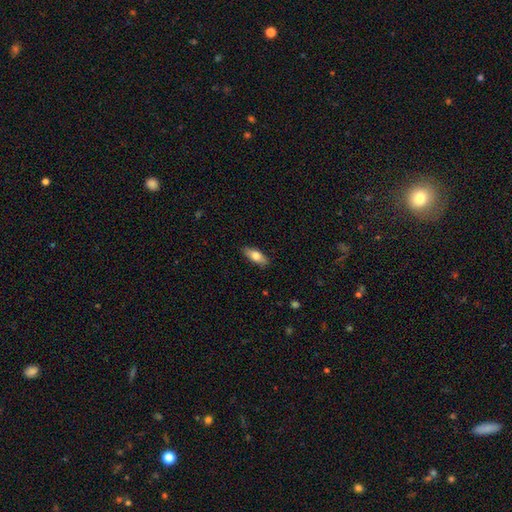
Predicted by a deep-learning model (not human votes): smooth_or_featured: smooth (p=0.73) [alt: featured or disk p=0.21]
how_rounded: in between (p=0.75) [alt: cigar-shaped p=0.22]
merging: none (p=0.87) [alt: minor disturbance p=0.10]